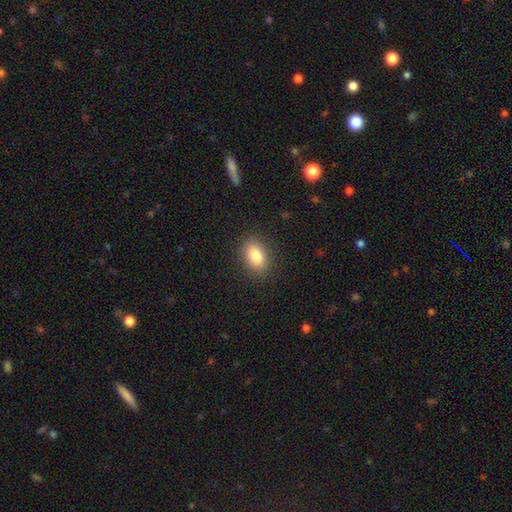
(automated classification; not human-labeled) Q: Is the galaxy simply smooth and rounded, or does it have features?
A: smooth — 85%.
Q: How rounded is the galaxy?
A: in between — 85%.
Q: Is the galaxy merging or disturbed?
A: none — 88%.